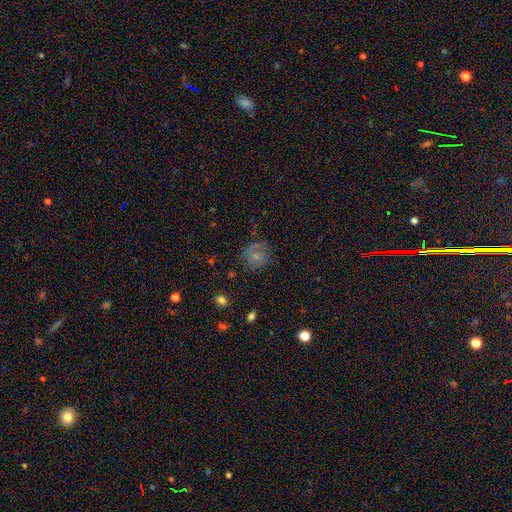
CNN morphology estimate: Smooth or featured? smooth (62%)
How rounded? round (84%)
Merging? none (71%)